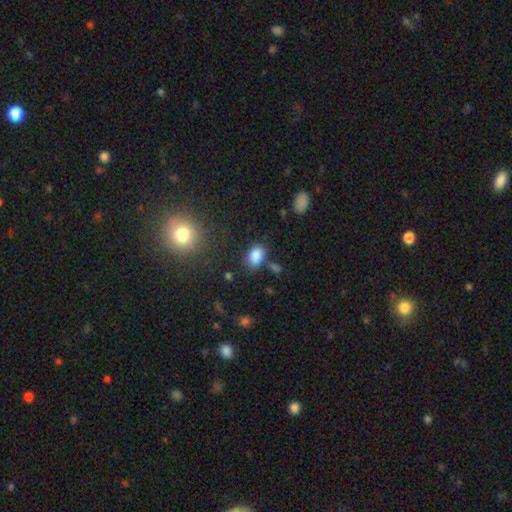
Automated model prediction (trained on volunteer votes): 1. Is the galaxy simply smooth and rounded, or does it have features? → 86% smooth, 9% star or artifact, 5% featured or disk.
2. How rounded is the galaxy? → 78% in between, 21% round, 1% cigar-shaped.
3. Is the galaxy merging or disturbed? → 72% none, 15% minor disturbance, 8% merger, 5% major disturbance.